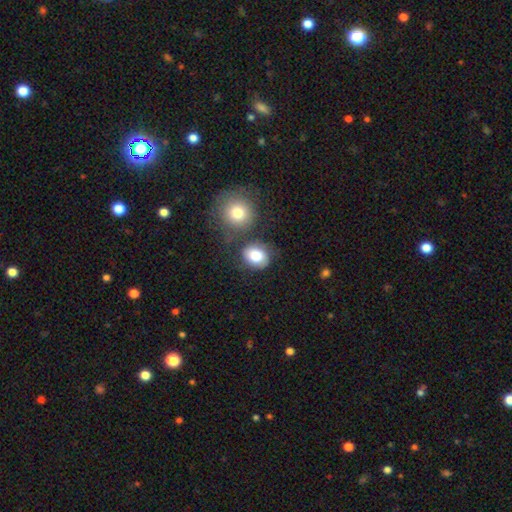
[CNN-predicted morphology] type=smooth (79%); roundness=round (57%); merging=none (66%).